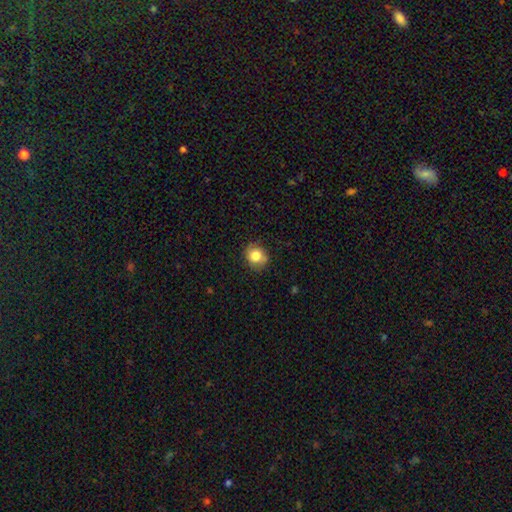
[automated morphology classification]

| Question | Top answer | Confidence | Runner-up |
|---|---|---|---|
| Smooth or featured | smooth | 79% | featured or disk (12%) |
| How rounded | round | 76% | in between (23%) |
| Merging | none | 78% | minor disturbance (17%) |